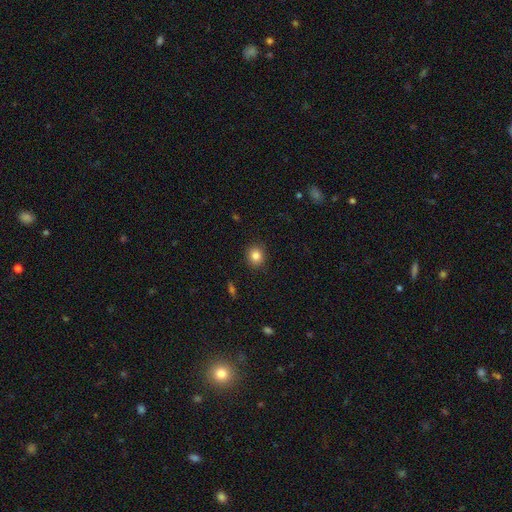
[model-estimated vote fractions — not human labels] A smooth galaxy with no disk features (84%) that is round (82%). Merging: none (90%).